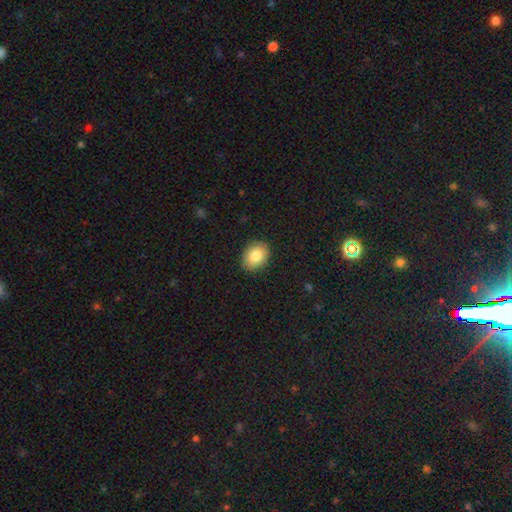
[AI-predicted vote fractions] This is clearly a smooth galaxy (85%). How rounded: likely in between (67%). Merging: clearly none (89%).